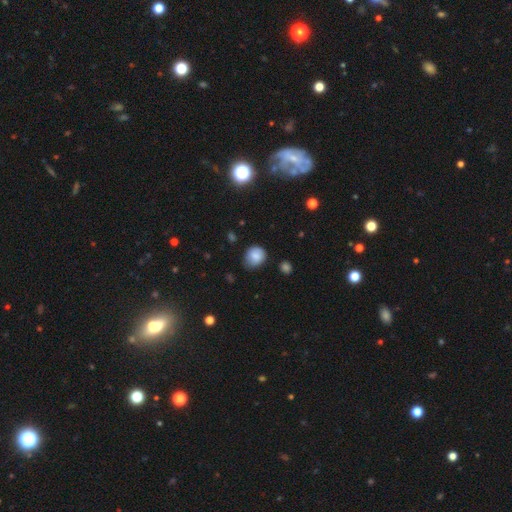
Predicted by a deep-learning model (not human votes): This is clearly a smooth galaxy (82%). How rounded: likely round (69%). Merging: likely none (63%).